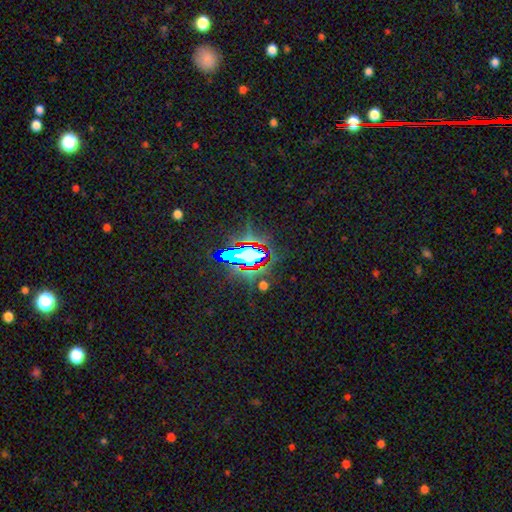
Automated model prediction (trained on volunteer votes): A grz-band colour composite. It shows a star or artifact, not a galaxy (65%).